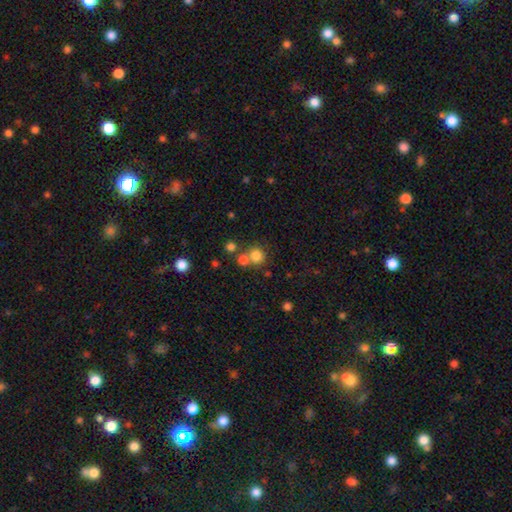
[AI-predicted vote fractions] Overall: smooth (78%). How rounded: round (90%). Merging: none (61%; merger 28%).